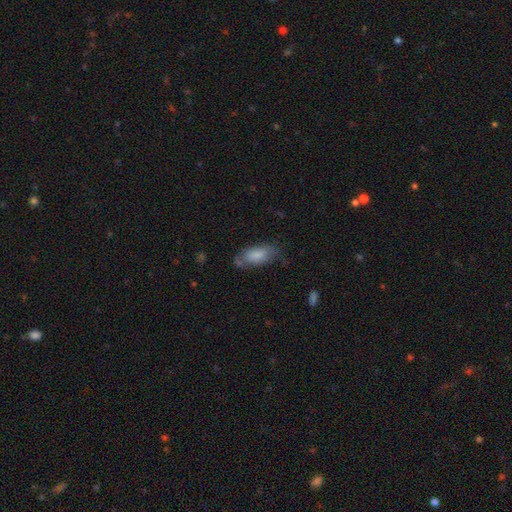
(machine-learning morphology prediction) Smooth or featured?
  - smooth: 72% *
  - featured or disk: 19%
  - star or artifact: 9%
How rounded?
  - in between: 80% *
  - cigar-shaped: 17%
  - round: 3%
Merging?
  - none: 64% *
  - minor disturbance: 23%
  - major disturbance: 7%
  - merger: 5%